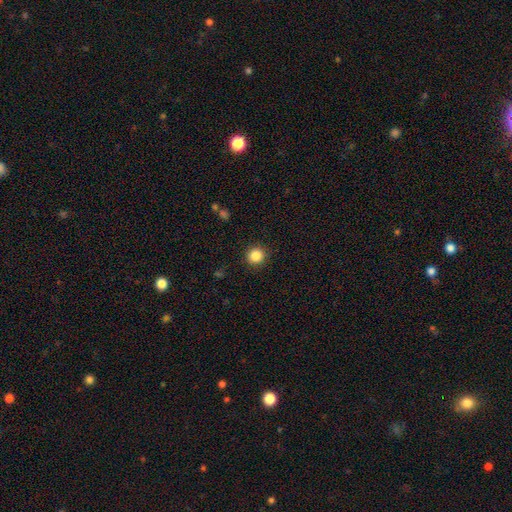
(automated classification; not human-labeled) This is clearly a smooth galaxy (85%). How rounded: clearly round (93%). Merging: clearly none (90%).